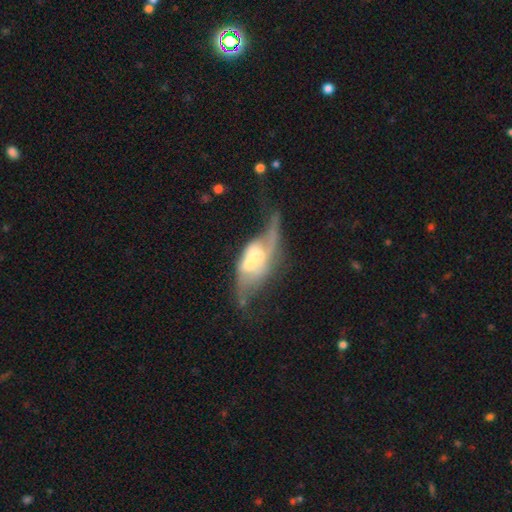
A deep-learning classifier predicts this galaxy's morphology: smooth_or_featured: featured or disk (p=0.58) [alt: smooth p=0.34]
disk_edge_on: no (p=0.81) [alt: yes p=0.19]
merging: merger (p=0.66) [alt: major disturbance p=0.16]